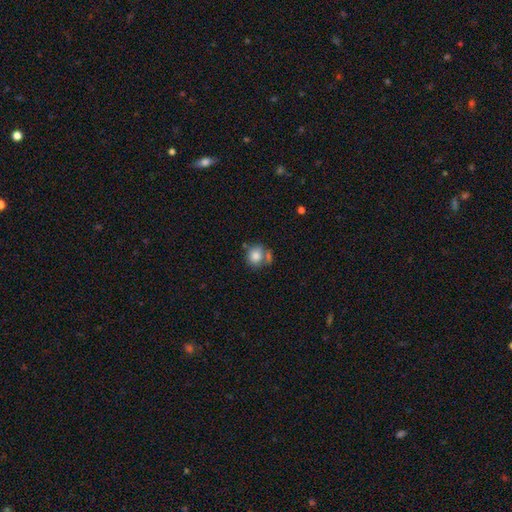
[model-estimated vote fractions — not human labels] Overall: smooth (80%). How rounded: round (81%). Merging: none (50%; merger 24%).